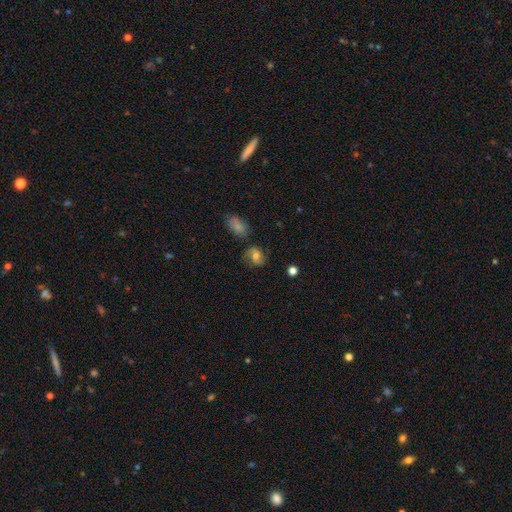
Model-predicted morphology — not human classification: Overall: featured or disk (54%; smooth 35%). Edge-on disk: no (97%). Bar: no (56%; weak 35%). Spiral arms: yes (87%). Bulge size: moderate (60%). Merging: none (63%).